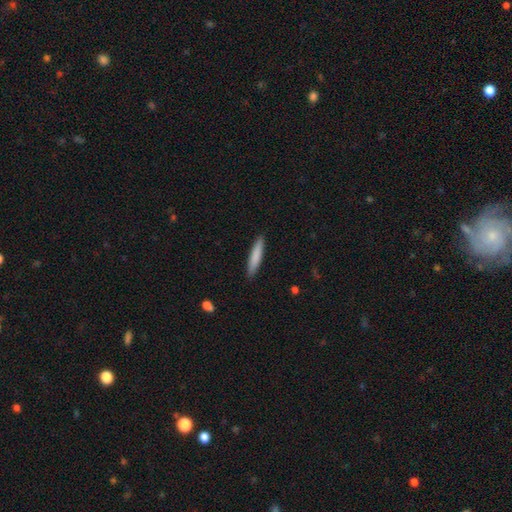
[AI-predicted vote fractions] Overall: smooth (82%). How rounded: cigar-shaped (89%). Merging: none (90%).